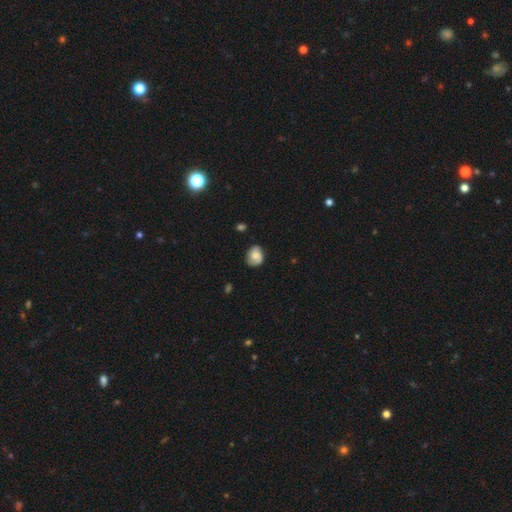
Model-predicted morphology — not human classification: Q: Smooth or featured?
A: smooth (61%); runner-up: featured or disk (31%)
Q: How rounded?
A: round (57%); runner-up: in between (42%)
Q: Merging?
A: none (67%); runner-up: minor disturbance (25%)